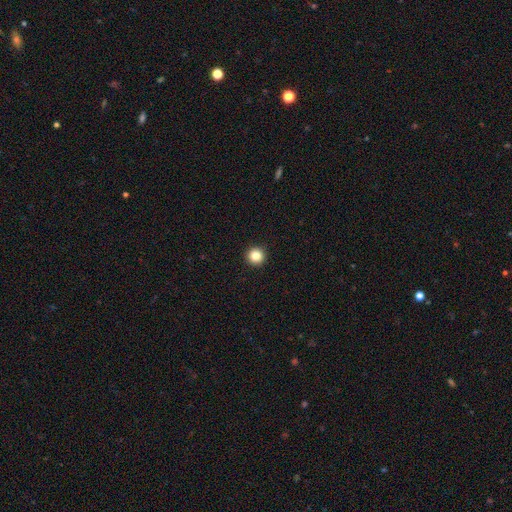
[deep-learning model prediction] smooth_or_featured: smooth (p=0.85) [alt: star or artifact p=0.11]
how_rounded: round (p=0.96) [alt: in between p=0.03]
merging: none (p=0.94) [alt: minor disturbance p=0.04]